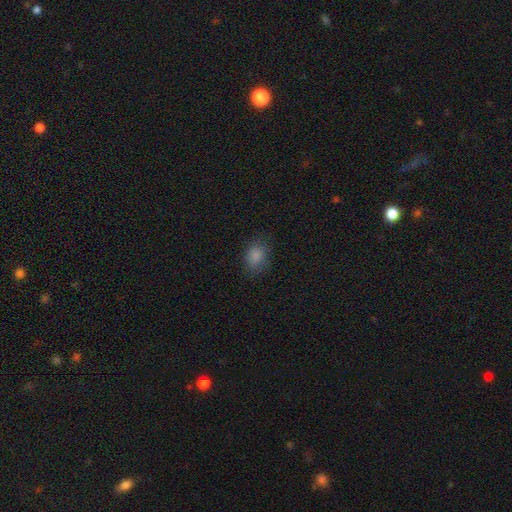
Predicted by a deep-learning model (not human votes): This is clearly a smooth galaxy (84%). How rounded: likely in between (64%). Merging: likely none (76%).